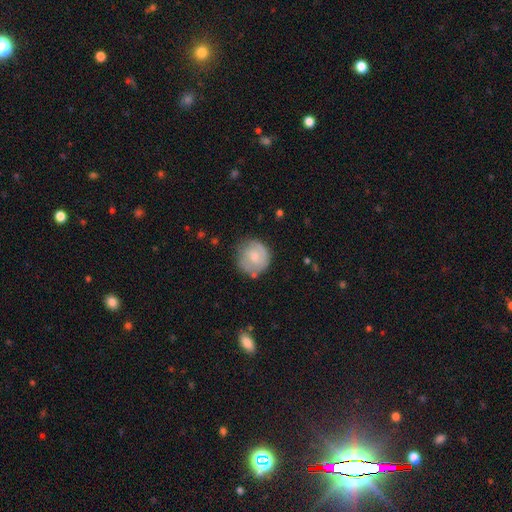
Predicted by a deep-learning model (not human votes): Overall: smooth (53%; featured or disk 41%). How rounded: round (90%). Merging: none (73%).